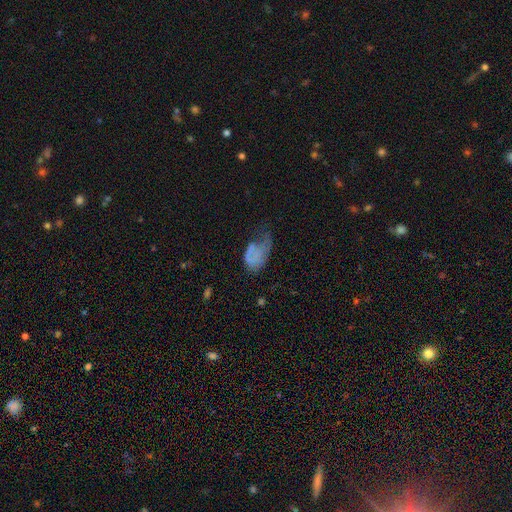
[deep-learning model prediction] The model was most divided on "smooth or featured": featured or disk: 44%, smooth: 42%, star or artifact: 13%. More confident: merging — major disturbance (55%).